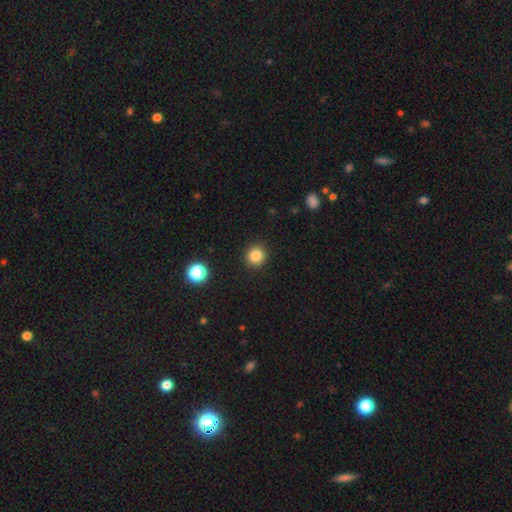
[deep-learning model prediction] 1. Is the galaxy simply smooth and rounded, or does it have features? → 85% smooth, 11% star or artifact, 4% featured or disk.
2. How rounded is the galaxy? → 90% round, 9% in between, 1% cigar-shaped.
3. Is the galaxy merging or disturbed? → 91% none, 5% minor disturbance, 2% major disturbance, 1% merger.